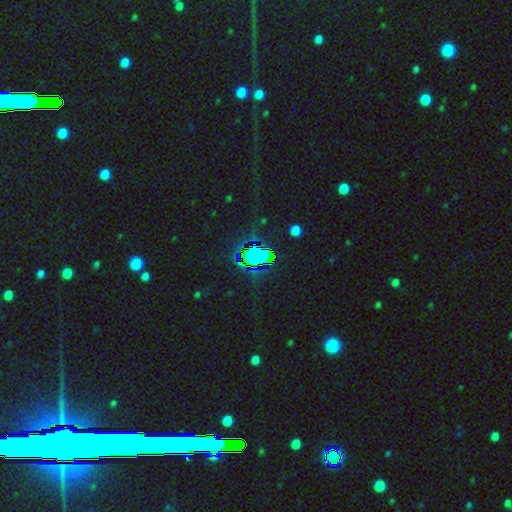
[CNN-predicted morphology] Q: Smooth or featured?
A: star or artifact (74%); runner-up: smooth (16%)